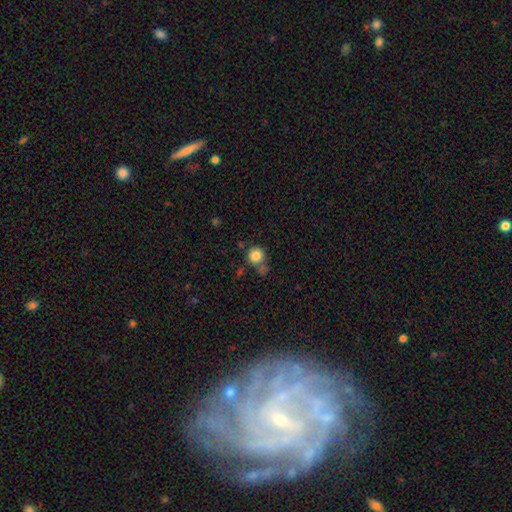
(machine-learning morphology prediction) A smooth galaxy with no disk features (83%) that is round (90%). Merging: none (57%).